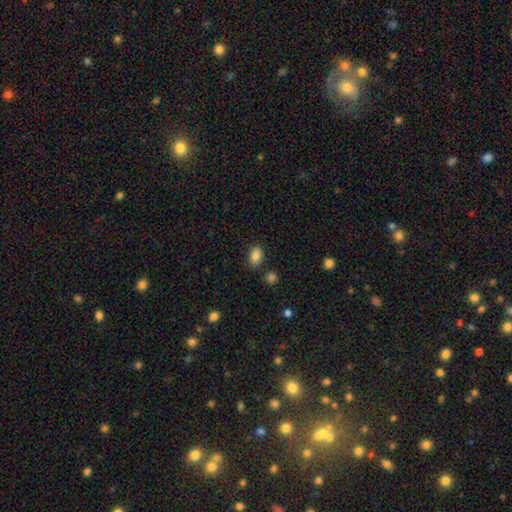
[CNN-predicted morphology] smooth 84%, star or artifact 9%, featured or disk 6%. Down the decision tree: how rounded — in between (82%); merging — none (84%).